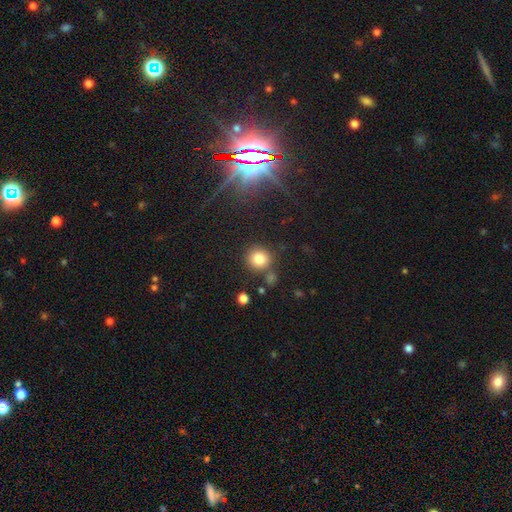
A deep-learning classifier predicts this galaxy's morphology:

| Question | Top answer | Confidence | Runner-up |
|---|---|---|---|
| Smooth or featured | smooth | 62% | star or artifact (29%) |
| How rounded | round | 92% | in between (7%) |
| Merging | none | 82% | minor disturbance (8%) |